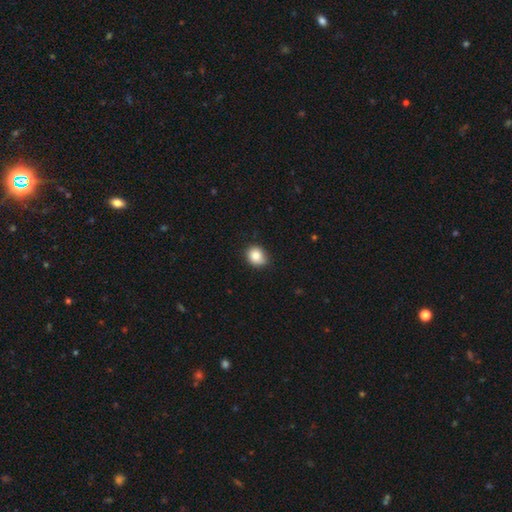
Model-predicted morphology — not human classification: Smooth or featured?
  - smooth: 85% *
  - star or artifact: 9%
  - featured or disk: 6%
How rounded?
  - round: 61% *
  - in between: 38%
  - cigar-shaped: 1%
Merging?
  - none: 75% *
  - minor disturbance: 21%
  - major disturbance: 3%
  - merger: 1%